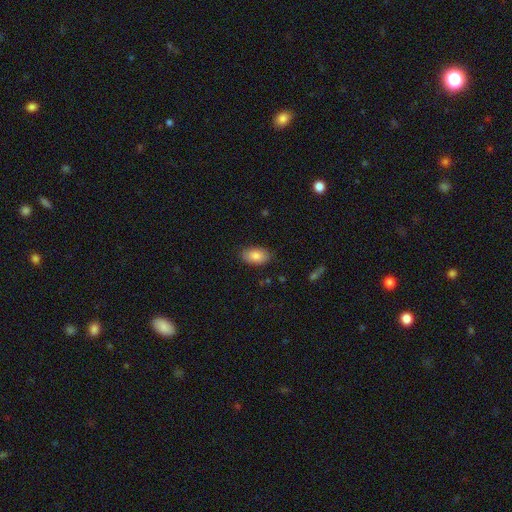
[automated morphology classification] Smooth or featured: smooth — 85% (featured or disk — 8%)
How rounded: in between — 92% (round — 6%)
Merging: none — 86% (minor disturbance — 11%)